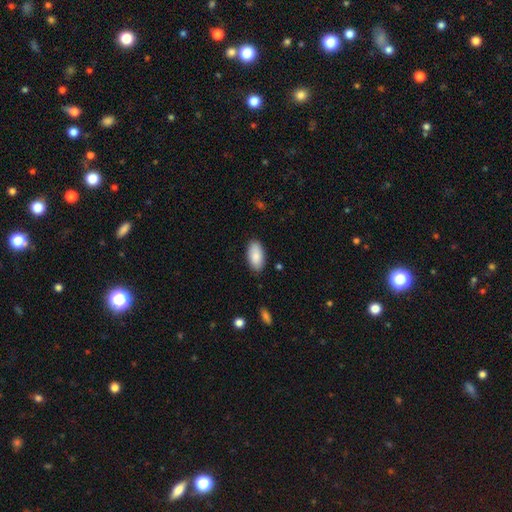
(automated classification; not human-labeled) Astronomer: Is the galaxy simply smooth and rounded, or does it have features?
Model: smooth — 88%.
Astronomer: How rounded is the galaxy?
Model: in between — 94%.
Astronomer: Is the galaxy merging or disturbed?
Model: none — 85%.